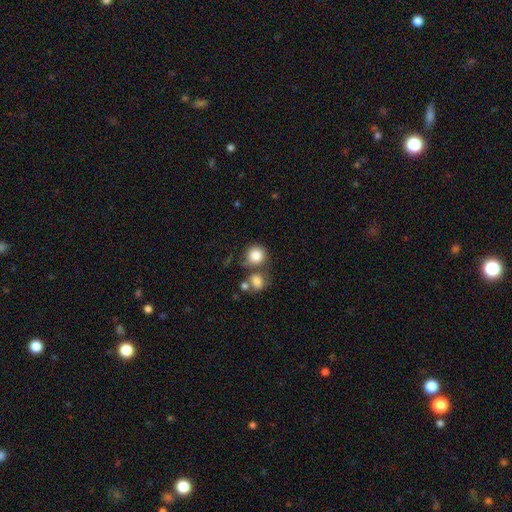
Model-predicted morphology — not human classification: Overall: smooth (83%). How rounded: round (86%). Merging: none (48%; merger 31%).